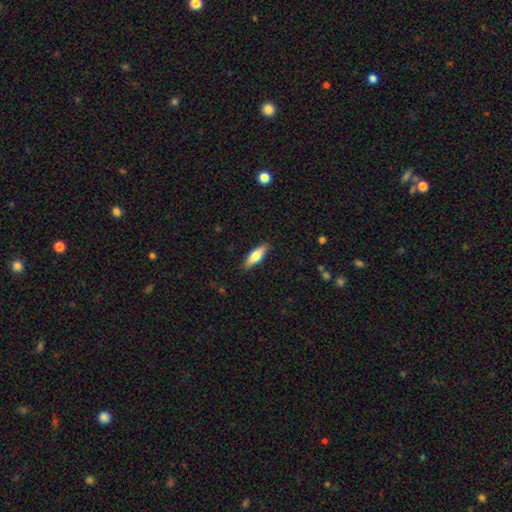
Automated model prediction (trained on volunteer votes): smooth_or_featured: smooth (p=0.67) [alt: featured or disk p=0.28]
how_rounded: cigar-shaped (p=0.52) [alt: in between p=0.46]
merging: none (p=0.88) [alt: minor disturbance p=0.09]